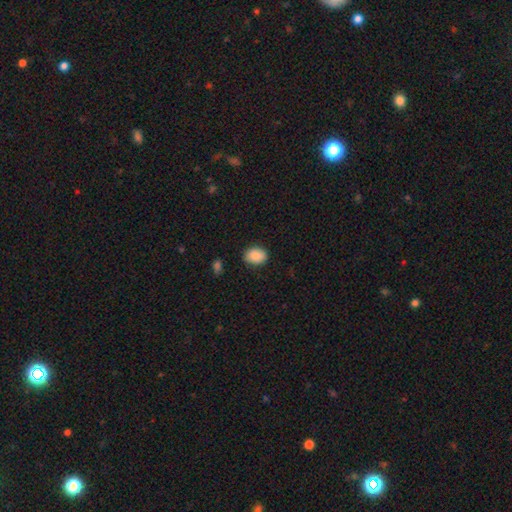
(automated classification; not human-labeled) This appears to be a smooth galaxy with no disk features (88%) that is in between round and cigar-shaped (71%). Merging: none (85%).